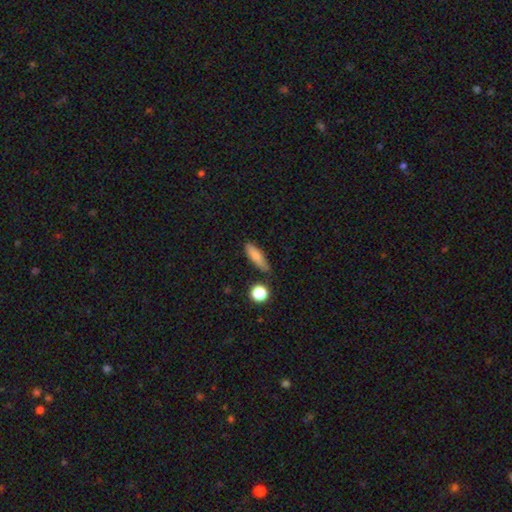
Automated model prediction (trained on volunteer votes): smooth-or-featured: smooth: 80% | featured or disk: 12% | star or artifact: 9%
  how-rounded: cigar-shaped: 54% | in between: 42% | round: 4%
  merging: none: 74% | minor disturbance: 18% | merger: 4% | major disturbance: 4%